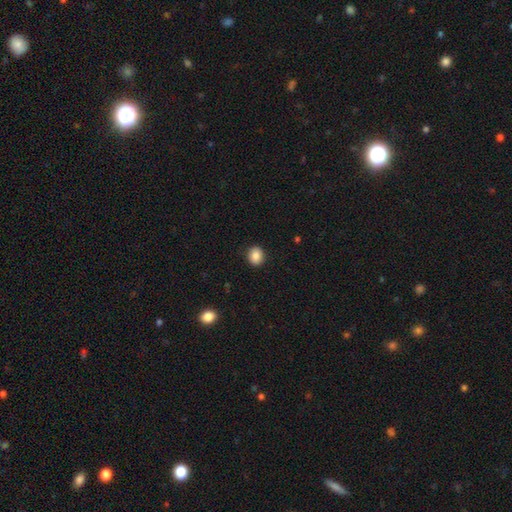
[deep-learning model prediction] A smooth galaxy with no disk features (86%) that is round (68%).

Vote fractions:
- Smooth or featured? smooth: 86% / star or artifact: 9% / featured or disk: 5%
- How rounded? round: 68% / in between: 31% / cigar-shaped: 1%
- Merging? none: 90% / minor disturbance: 7% / major disturbance: 2% / merger: 1%